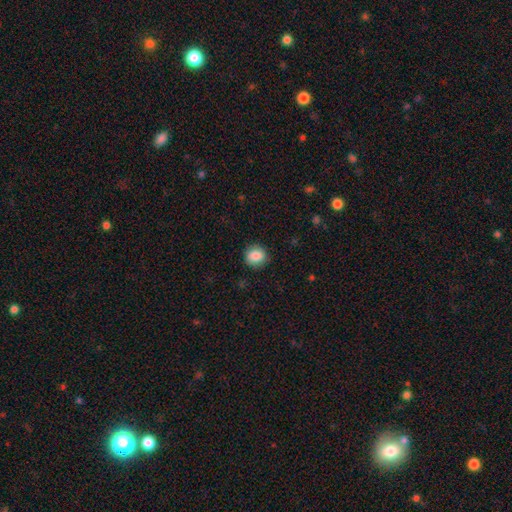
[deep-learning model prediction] Smooth or featured? smooth (87%)
How rounded? round (84%)
Merging? none (87%)